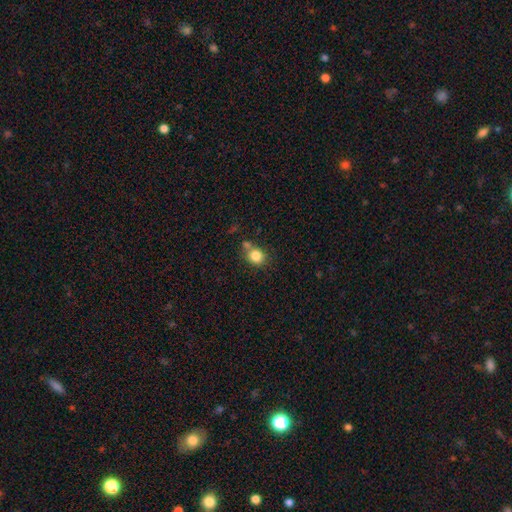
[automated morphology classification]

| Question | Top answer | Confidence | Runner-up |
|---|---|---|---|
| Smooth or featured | smooth | 83% | star or artifact (11%) |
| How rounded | round | 74% | in between (25%) |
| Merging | none | 61% | merger (21%) |